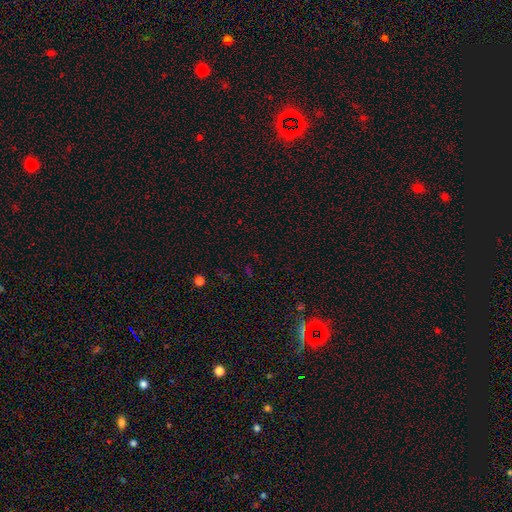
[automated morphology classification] Q: Smooth or featured?
A: star or artifact (67%); runner-up: smooth (24%)